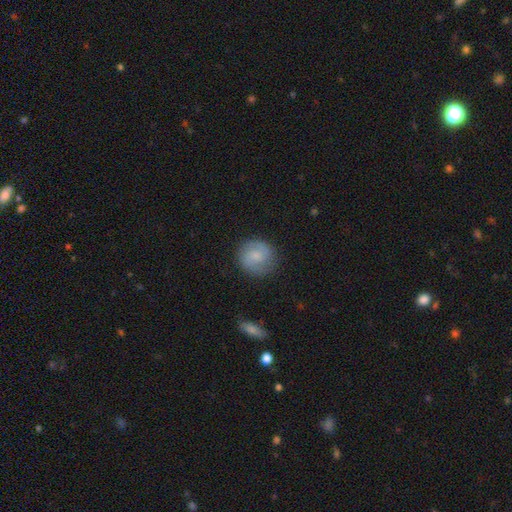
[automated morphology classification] A smooth galaxy with no disk features (52%) that is round (89%).

Vote fractions:
- Smooth or featured? smooth: 52% / featured or disk: 41% / star or artifact: 7%
- How rounded? round: 89% / in between: 10% / cigar-shaped: 1%
- Merging? none: 83% / minor disturbance: 12% / major disturbance: 4% / merger: 1%